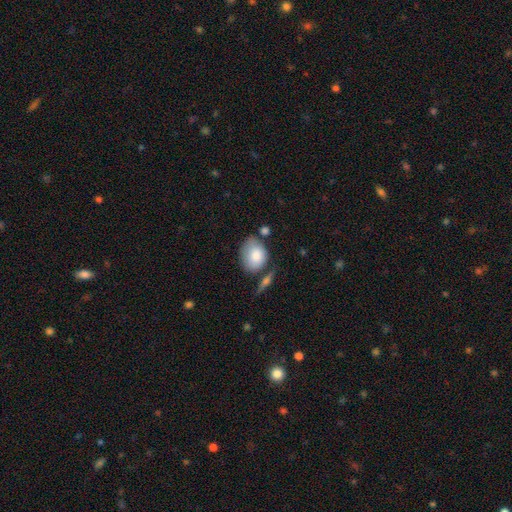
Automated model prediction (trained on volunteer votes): Morphology: type=smooth (81%); roundness=in between (64%); merging=none (56%).